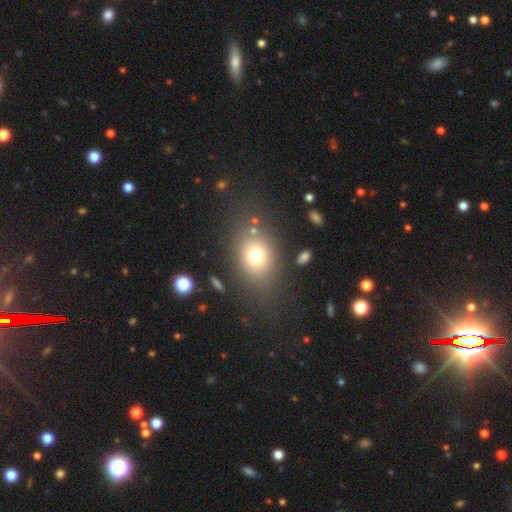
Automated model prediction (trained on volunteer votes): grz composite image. It shows a smooth galaxy with no disk features (73%) that is in between round and cigar-shaped (53%). Merging: none (74%).